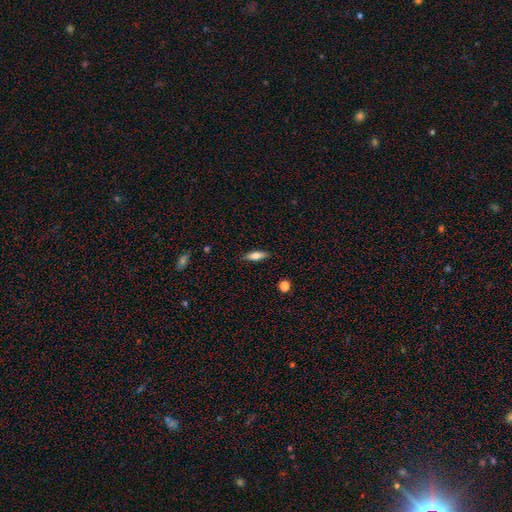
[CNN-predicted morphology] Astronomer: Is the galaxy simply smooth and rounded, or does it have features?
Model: smooth — 72%.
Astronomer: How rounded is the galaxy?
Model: cigar-shaped — 49%, tied with in between at 49%.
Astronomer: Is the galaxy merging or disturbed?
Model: none — 86%.